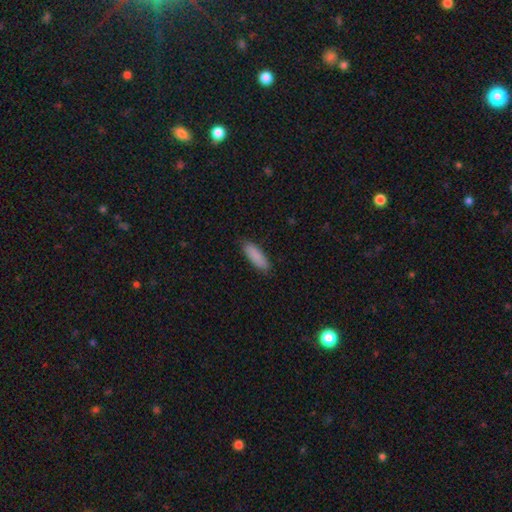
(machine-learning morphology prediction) Smooth or featured? smooth (88%)
How rounded? in between (56%)
Merging? none (86%)